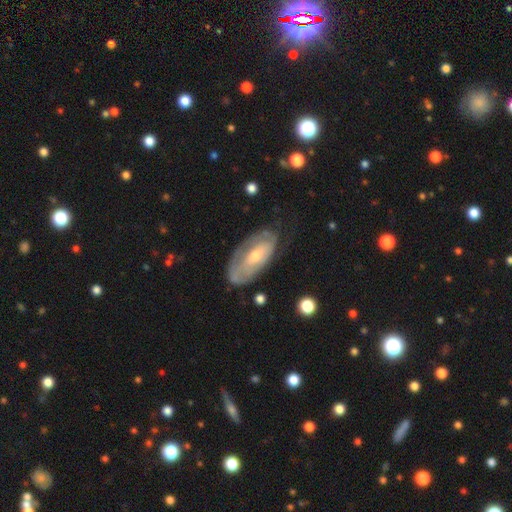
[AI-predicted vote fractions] smooth_or_featured: featured or disk (p=0.62) [alt: smooth p=0.32]
disk_edge_on: no (p=0.88) [alt: yes p=0.12]
bar: no (p=0.66) [alt: weak p=0.26]
has_spiral_arms: yes (p=0.61) [alt: no p=0.39]
bulge_size: small (p=0.49) [alt: moderate p=0.44]
merging: none (p=0.59) [alt: minor disturbance p=0.26]